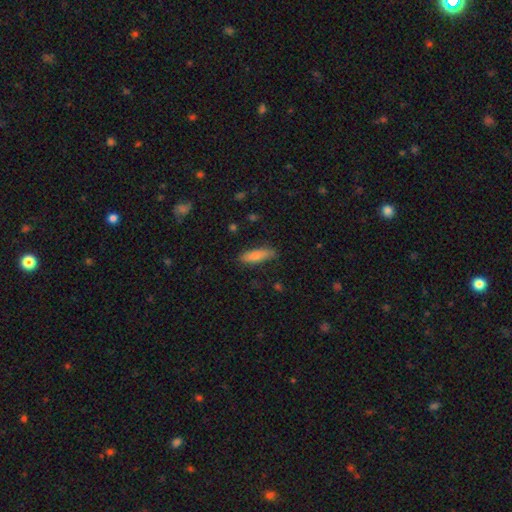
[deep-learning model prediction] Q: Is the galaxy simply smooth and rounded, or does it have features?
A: smooth — 85%.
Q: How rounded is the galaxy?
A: cigar-shaped — 53%.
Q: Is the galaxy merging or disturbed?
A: none — 79%.